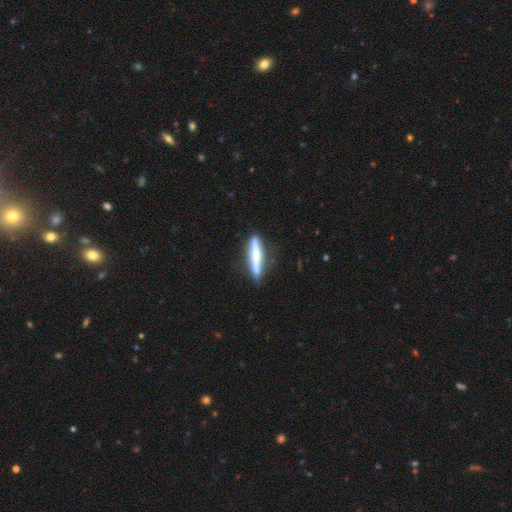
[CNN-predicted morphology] Overall: featured or disk (49%; smooth 45%). Merging: none (84%).